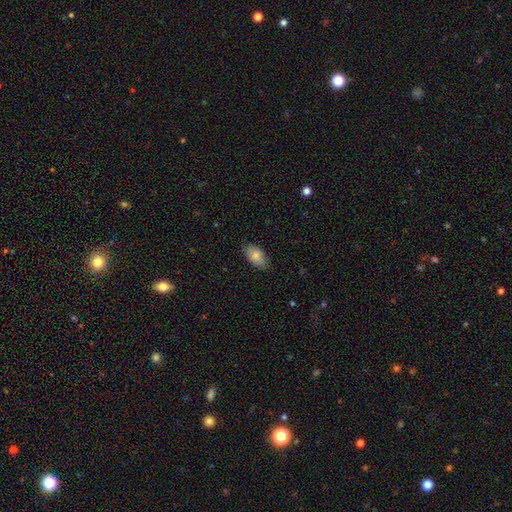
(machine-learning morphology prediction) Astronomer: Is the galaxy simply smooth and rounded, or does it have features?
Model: smooth — 82%.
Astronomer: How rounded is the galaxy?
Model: in between — 93%.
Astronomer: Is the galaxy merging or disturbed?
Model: none — 82%.